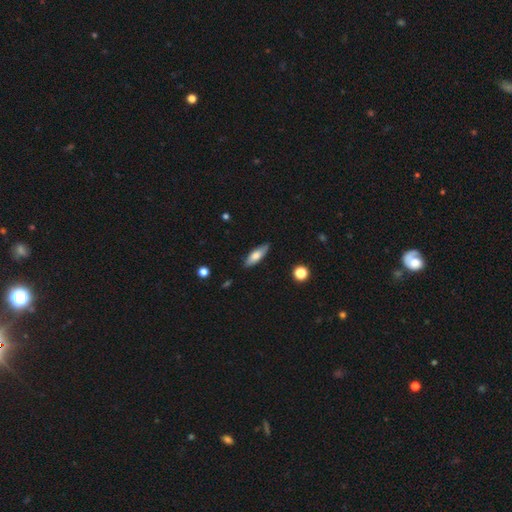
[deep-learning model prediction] This appears to be a smooth galaxy with no disk features (69%) that is in between round and cigar-shaped (56%). Merging: none (84%).